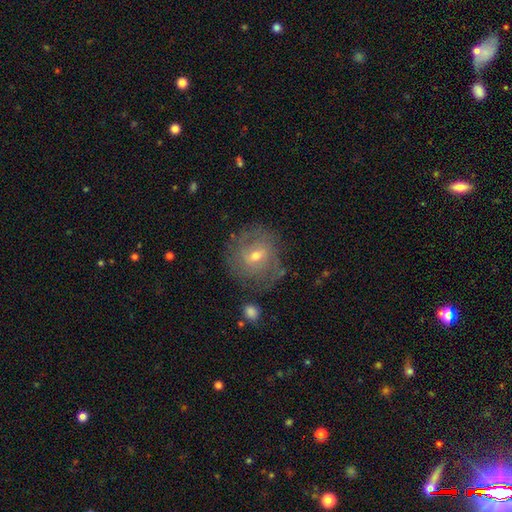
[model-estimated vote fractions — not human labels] A featured or disk galaxy (64%) with a weak bar (51%), spiral arms (74%) and a moderate central bulge (51%). Merging: none (73%).